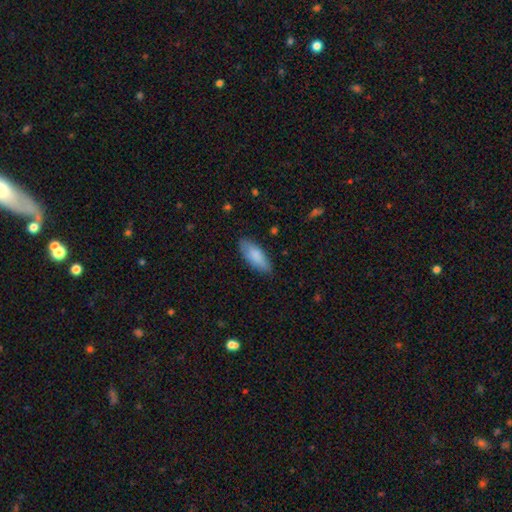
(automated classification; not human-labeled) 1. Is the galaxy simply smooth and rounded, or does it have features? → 83% smooth, 12% featured or disk, 6% star or artifact.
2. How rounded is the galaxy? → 72% in between, 26% cigar-shaped, 2% round.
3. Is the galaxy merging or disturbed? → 82% none, 14% minor disturbance, 3% major disturbance, 1% merger.